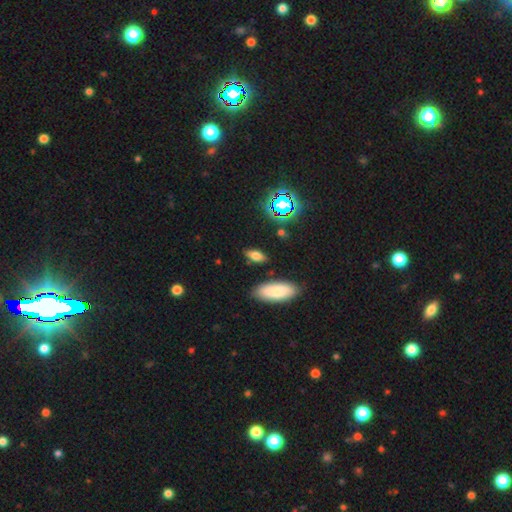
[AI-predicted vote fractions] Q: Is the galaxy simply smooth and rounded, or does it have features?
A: smooth — 71%.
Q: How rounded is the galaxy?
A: in between — 77%.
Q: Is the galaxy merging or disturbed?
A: none — 81%.